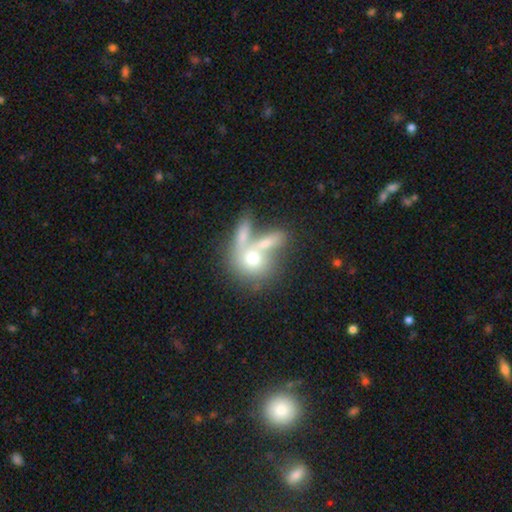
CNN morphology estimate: smooth_or_featured: smooth (p=0.59) [alt: featured or disk p=0.30]
how_rounded: round (p=0.63) [alt: in between p=0.31]
merging: merger (p=0.55) [alt: none p=0.26]